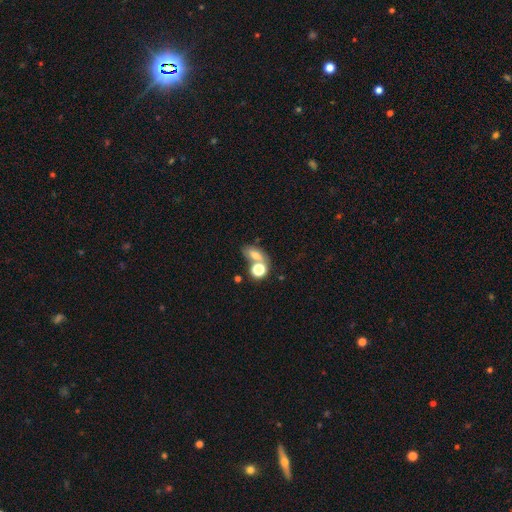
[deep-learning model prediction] Smooth or featured? smooth (64%)
How rounded? in between (72%)
Merging? merger (42%)